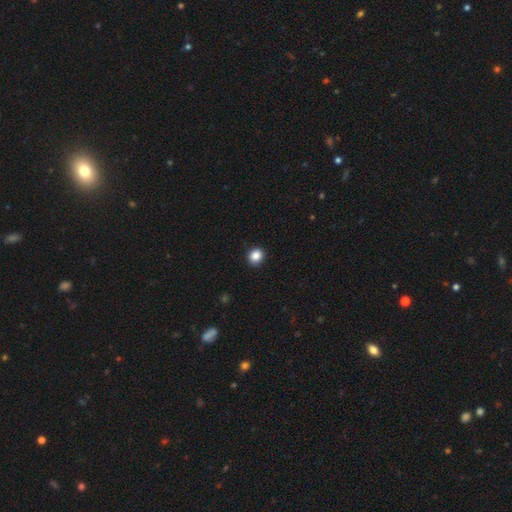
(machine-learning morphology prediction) This is clearly a smooth galaxy (87%). How rounded: likely round (78%). Merging: clearly none (92%).